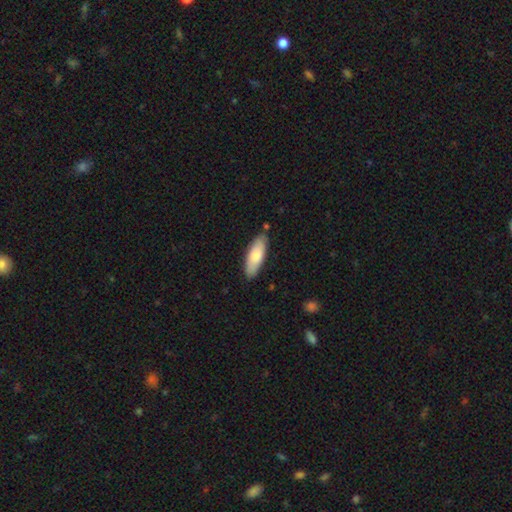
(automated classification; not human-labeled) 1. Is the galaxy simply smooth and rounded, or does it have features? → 77% smooth, 18% featured or disk, 5% star or artifact.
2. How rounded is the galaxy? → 64% in between, 34% cigar-shaped, 2% round.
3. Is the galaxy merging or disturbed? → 83% none, 12% minor disturbance, 3% merger, 2% major disturbance.